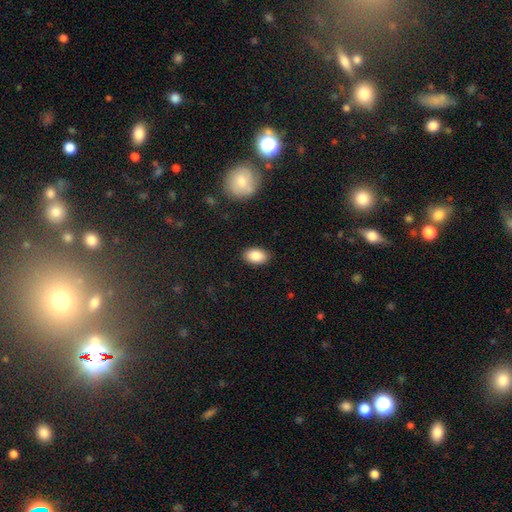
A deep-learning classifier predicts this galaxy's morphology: smooth-or-featured: smooth: 87% | star or artifact: 7% | featured or disk: 6%
  how-rounded: in between: 90% | round: 9% | cigar-shaped: 1%
  merging: none: 88% | minor disturbance: 9% | major disturbance: 2% | merger: 1%